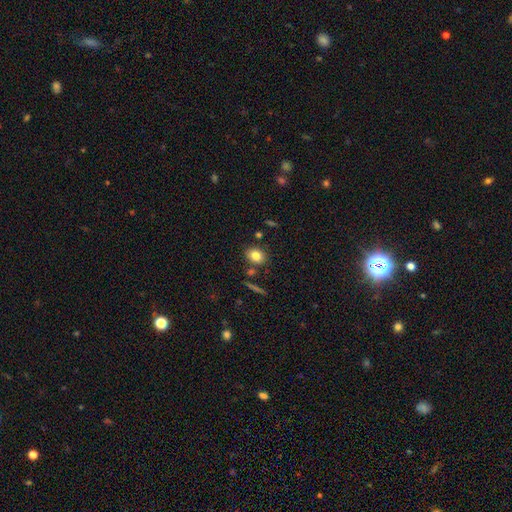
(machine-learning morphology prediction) Smooth or featured? Predicted: smooth (p=0.81). How rounded? Predicted: in between (p=0.57). Merging? Predicted: none (p=0.80).